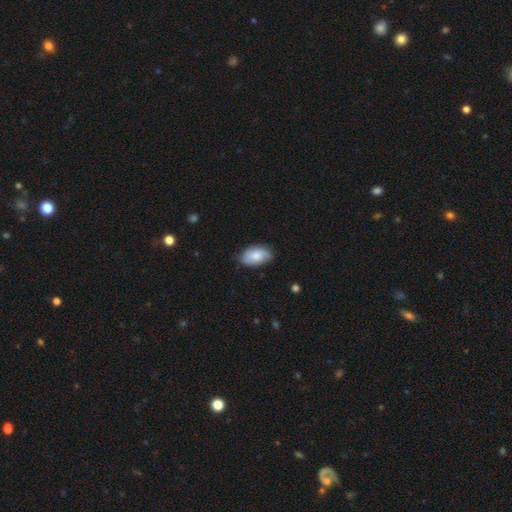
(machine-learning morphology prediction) This is likely a smooth galaxy (77%). How rounded: clearly in between (93%). Merging: likely none (75%).